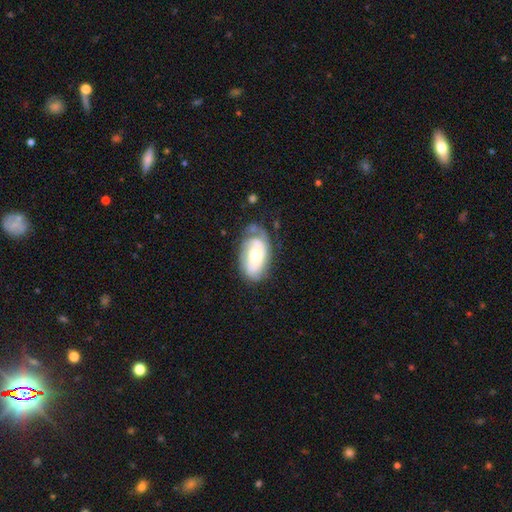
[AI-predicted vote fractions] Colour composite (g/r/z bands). It shows a featured or disk galaxy (63%) with no bar (74%), spiral arms (80%) and a moderate central bulge (59%). Merging: none (51%).